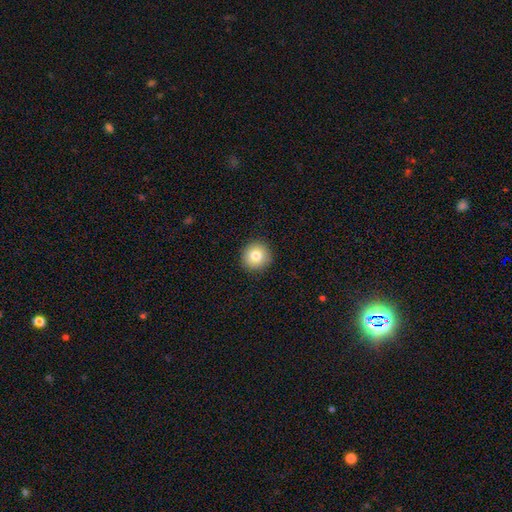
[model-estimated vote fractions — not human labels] A smooth galaxy with no disk features (80%) that is round (94%).

Vote fractions:
- Smooth or featured? smooth: 80% / star or artifact: 10% / featured or disk: 10%
- How rounded? round: 94% / in between: 5% / cigar-shaped: 1%
- Merging? none: 92% / minor disturbance: 5% / major disturbance: 2% / merger: 1%